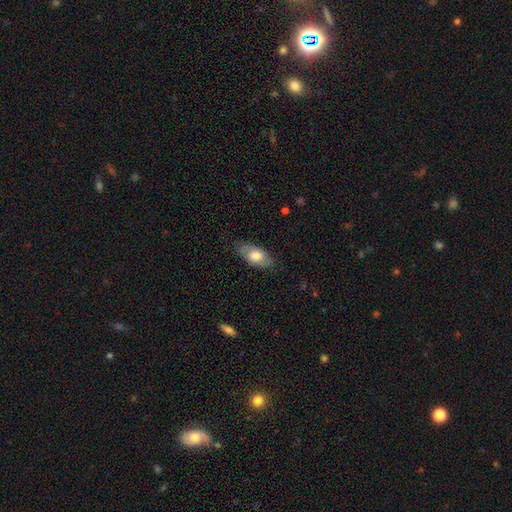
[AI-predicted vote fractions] smooth-or-featured: smooth: 66% | featured or disk: 28% | star or artifact: 6%
  how-rounded: in between: 89% | cigar-shaped: 7% | round: 4%
  merging: none: 77% | minor disturbance: 18% | major disturbance: 5% | merger: 1%